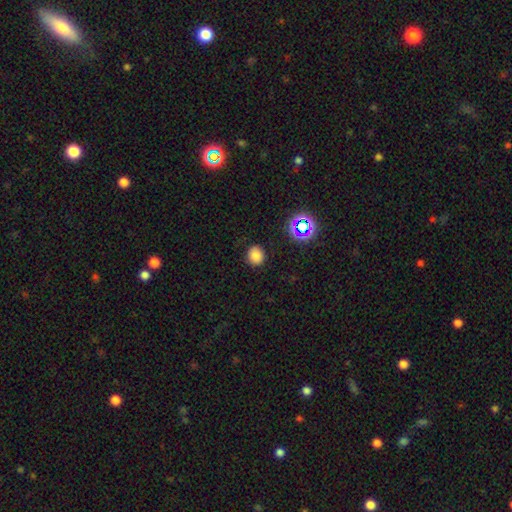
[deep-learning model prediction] A smooth galaxy with no disk features (77%) that is round (79%).

Vote fractions:
- Smooth or featured? smooth: 77% / star or artifact: 17% / featured or disk: 6%
- How rounded? round: 79% / in between: 20% / cigar-shaped: 1%
- Merging? none: 85% / minor disturbance: 10% / major disturbance: 3% / merger: 1%